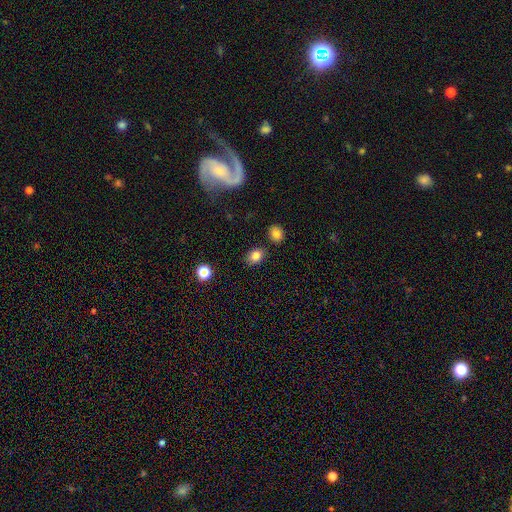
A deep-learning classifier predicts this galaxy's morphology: Q: Smooth or featured?
A: smooth (83%); runner-up: star or artifact (10%)
Q: How rounded?
A: in between (71%); runner-up: round (28%)
Q: Merging?
A: none (82%); runner-up: minor disturbance (10%)